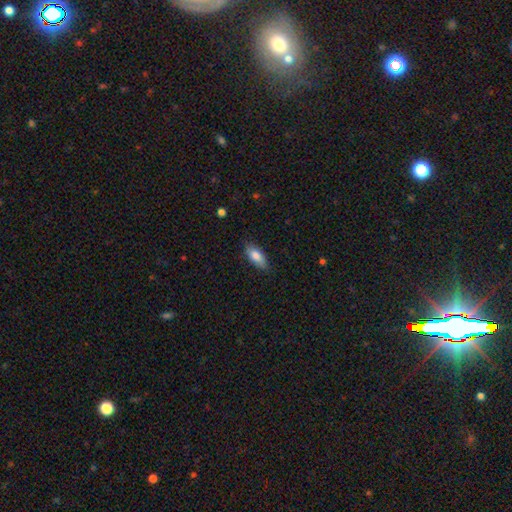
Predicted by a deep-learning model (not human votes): The model was most divided on "how rounded": in between: 81%, cigar-shaped: 17%, round: 2%. More confident: merging — none (82%); smooth or featured — smooth (80%).